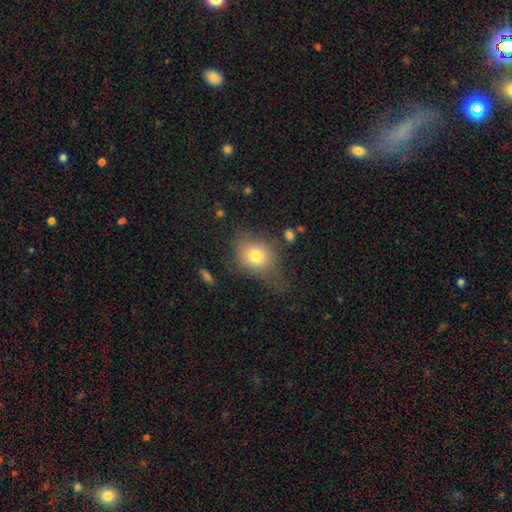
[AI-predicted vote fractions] Smooth or featured? smooth (76%)
How rounded? round (54%)
Merging? none (49%)